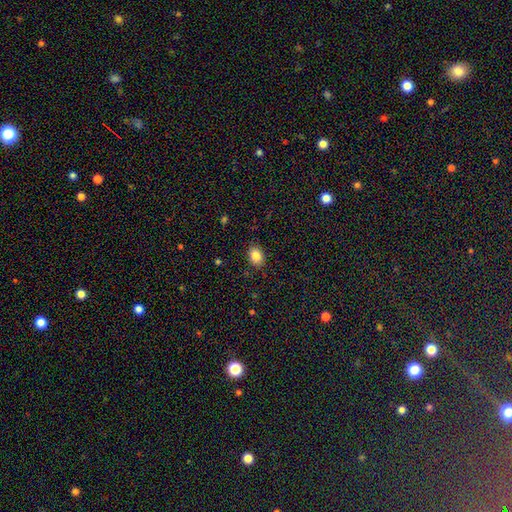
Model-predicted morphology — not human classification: Smooth or featured?
  - smooth: 86% *
  - star or artifact: 9%
  - featured or disk: 5%
How rounded?
  - in between: 68% *
  - round: 31%
  - cigar-shaped: 1%
Merging?
  - none: 86% *
  - minor disturbance: 10%
  - major disturbance: 3%
  - merger: 1%